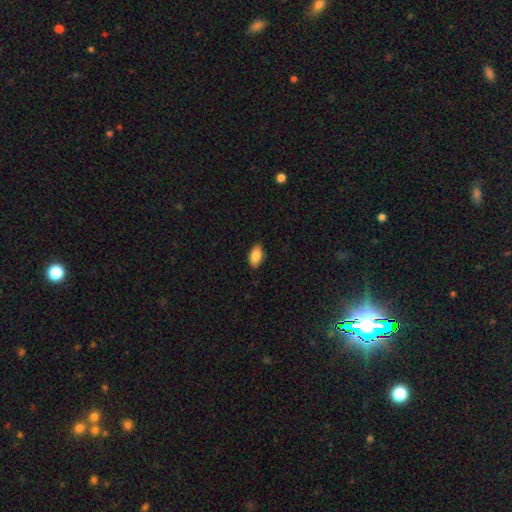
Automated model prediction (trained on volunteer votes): smooth_or_featured: smooth (p=0.85) [alt: featured or disk p=0.08]
how_rounded: in between (p=0.93) [alt: cigar-shaped p=0.04]
merging: none (p=0.88) [alt: minor disturbance p=0.09]